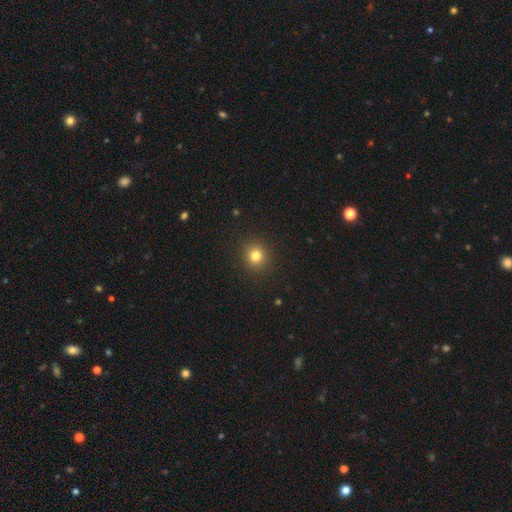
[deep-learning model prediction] A smooth galaxy with no disk features (80%) that is round (92%). Merging: none (92%).